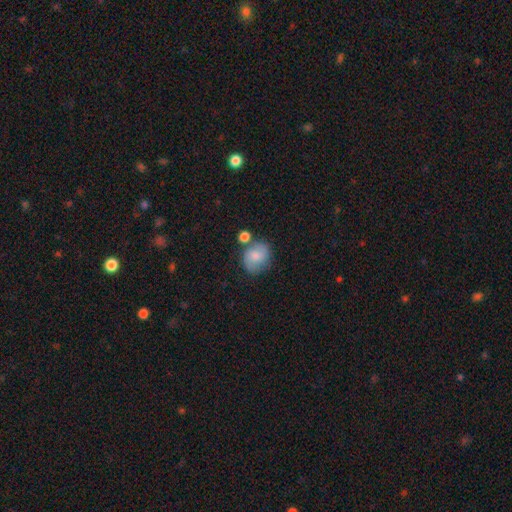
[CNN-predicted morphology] A smooth galaxy with no disk features (64%) that is round (68%). Merging: none (58%).